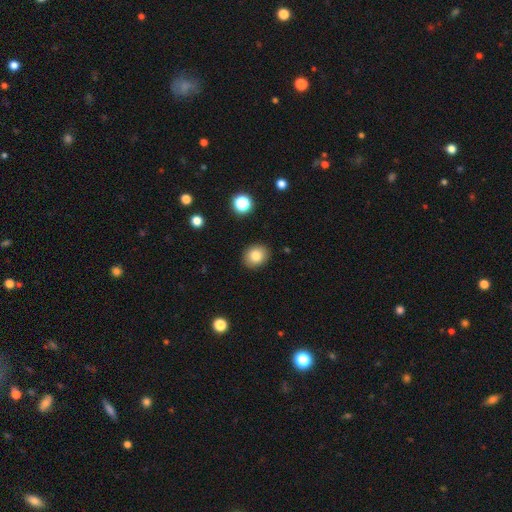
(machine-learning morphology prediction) smooth_or_featured: smooth (p=0.82) [alt: star or artifact p=0.10]
how_rounded: round (p=0.66) [alt: in between p=0.33]
merging: none (p=0.89) [alt: minor disturbance p=0.08]